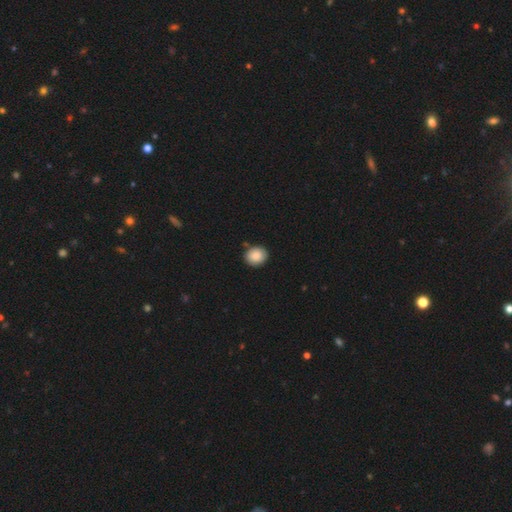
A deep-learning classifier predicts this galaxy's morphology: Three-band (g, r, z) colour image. It shows a smooth galaxy with no disk features (88%) that is round (74%). Merging: none (87%).